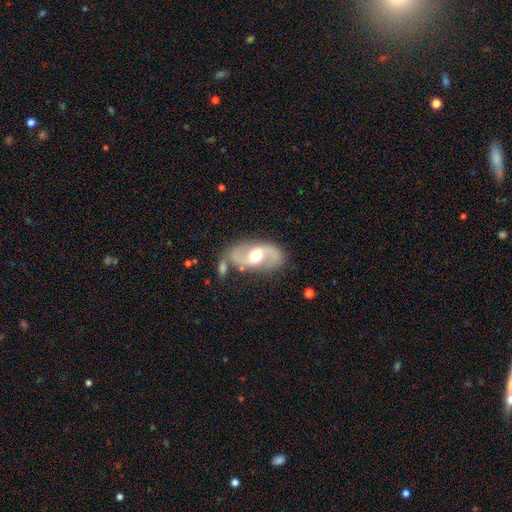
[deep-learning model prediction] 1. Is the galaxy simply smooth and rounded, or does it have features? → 79% featured or disk, 16% smooth, 5% star or artifact.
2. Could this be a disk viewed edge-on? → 95% no, 5% yes.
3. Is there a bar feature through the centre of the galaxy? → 46% weak, 37% no, 18% strong.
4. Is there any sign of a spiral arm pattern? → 88% yes, 12% no.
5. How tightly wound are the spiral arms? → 47% loose, 42% medium, 12% tight.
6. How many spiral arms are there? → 91% 2, 4% can't tell, 2% 1, 1% 3, 1% 4, 1% more than 4.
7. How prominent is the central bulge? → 72% moderate, 14% large, 11% small, 1% dominant, 1% none.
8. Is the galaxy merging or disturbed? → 66% none, 17% minor disturbance, 10% merger, 7% major disturbance.